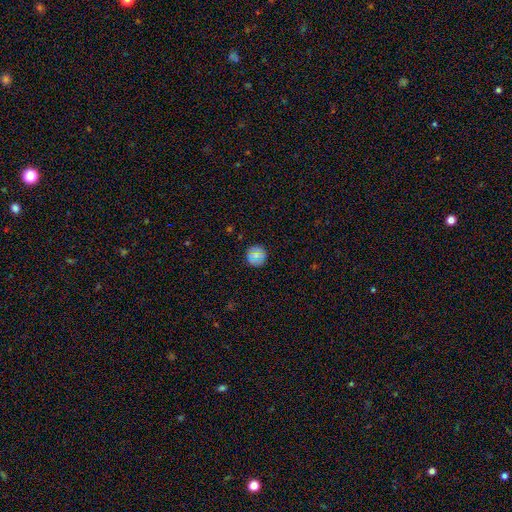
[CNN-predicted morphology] Smooth or featured? smooth (66%)
How rounded? round (92%)
Merging? none (88%)